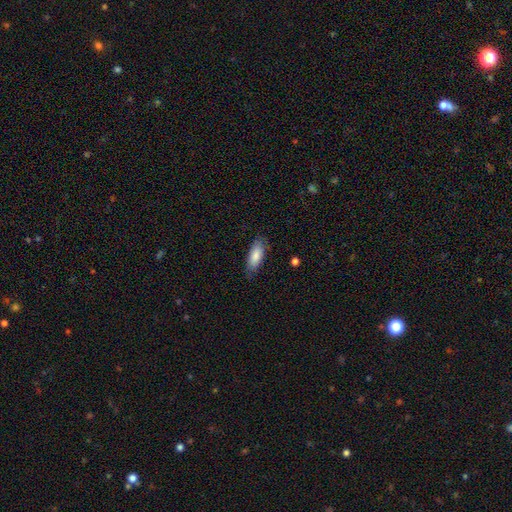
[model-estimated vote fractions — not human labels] Smooth or featured?
  - smooth: 83% *
  - featured or disk: 11%
  - star or artifact: 6%
How rounded?
  - in between: 77% *
  - cigar-shaped: 22%
  - round: 2%
Merging?
  - none: 78% *
  - minor disturbance: 17%
  - major disturbance: 3%
  - merger: 1%